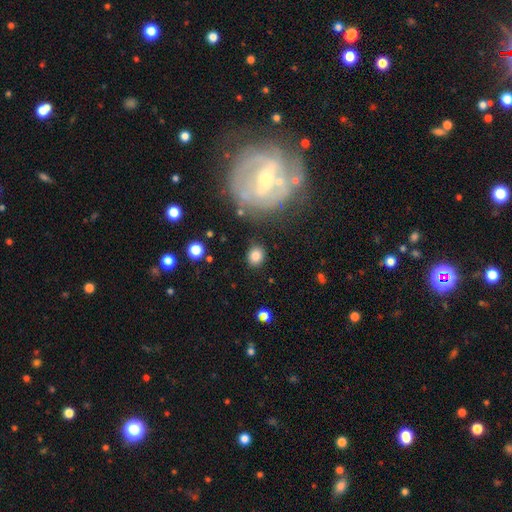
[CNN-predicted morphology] smooth-or-featured: smooth: 83% | star or artifact: 10% | featured or disk: 7%
  how-rounded: round: 66% | in between: 33% | cigar-shaped: 1%
  merging: none: 85% | minor disturbance: 9% | major disturbance: 3% | merger: 3%